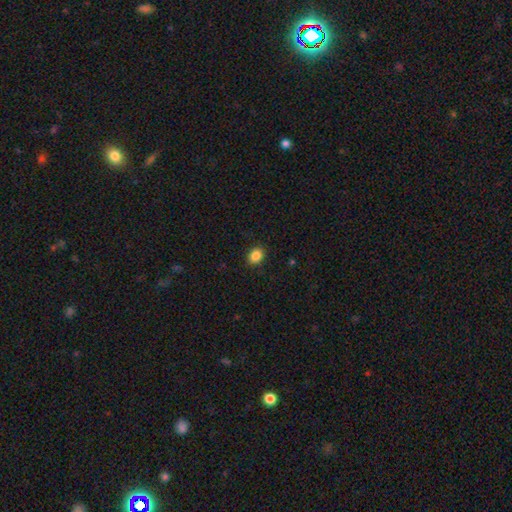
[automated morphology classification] Smooth or featured? Predicted: smooth (p=0.86). How rounded? Predicted: in between (p=0.50). Merging? Predicted: none (p=0.89).